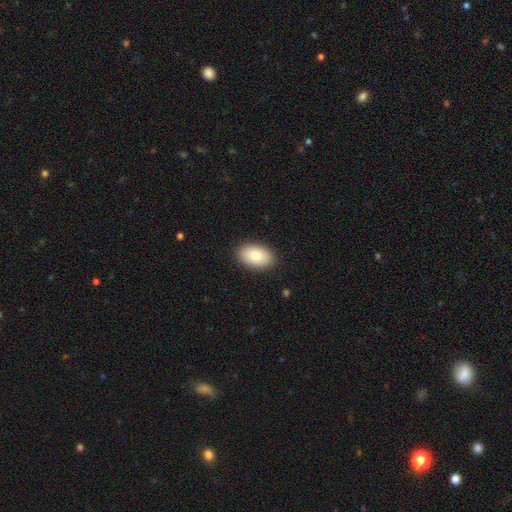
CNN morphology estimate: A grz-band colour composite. It shows a smooth galaxy with no disk features (83%) that is in between round and cigar-shaped (92%). Merging: none (89%).